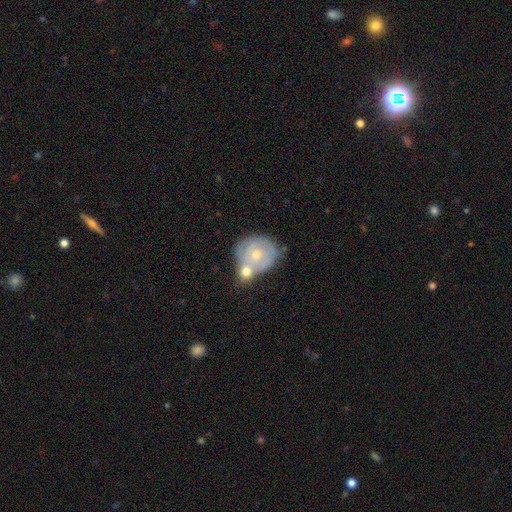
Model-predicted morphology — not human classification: A featured or disk galaxy (60%) with no bar (82%), spiral arms (70%) and a small central bulge (58%).

Vote fractions:
- Smooth or featured? featured or disk: 60% / smooth: 33% / star or artifact: 6%
- Edge-on disk? no: 97% / yes: 3%
- Bar? no: 82% / weak: 16% / strong: 3%
- Spiral arms? yes: 70% / no: 30%
- Bulge size? small: 58% / moderate: 38% / none: 1% / large: 1% / dominant: 1%
- Merging? merger: 43% / none: 35% / minor disturbance: 15% / major disturbance: 6%